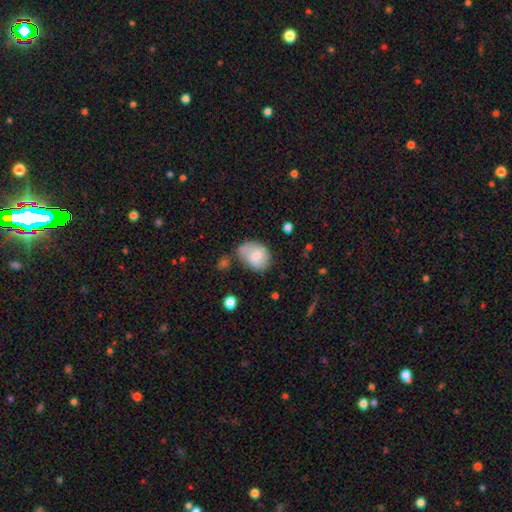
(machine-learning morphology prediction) This is likely a smooth galaxy (69%). How rounded: likely in between (60%). Merging: marginally none (43%).